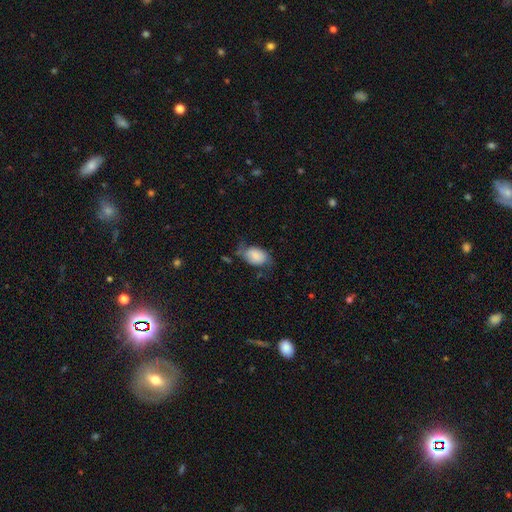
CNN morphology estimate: smooth 74%, featured or disk 18%, star or artifact 7%. Down the decision tree: how rounded — in between (84%); merging — none (45%).